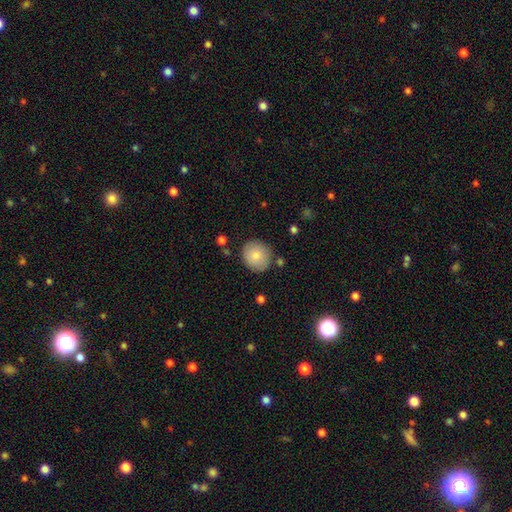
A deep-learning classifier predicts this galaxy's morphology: Q: Smooth or featured?
A: smooth (83%); runner-up: featured or disk (10%)
Q: How rounded?
A: round (85%); runner-up: in between (14%)
Q: Merging?
A: none (83%); runner-up: minor disturbance (11%)